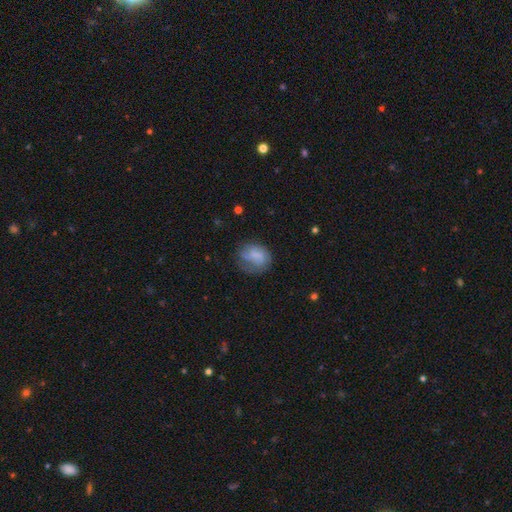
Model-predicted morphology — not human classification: Smooth or featured: smooth — 62% (featured or disk — 29%)
How rounded: round — 57% (in between — 42%)
Merging: none — 48% (minor disturbance — 28%)